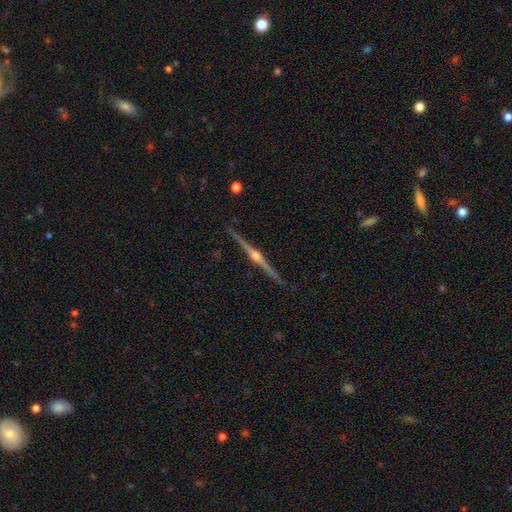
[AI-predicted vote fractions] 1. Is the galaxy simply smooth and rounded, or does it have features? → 89% featured or disk, 6% smooth, 6% star or artifact.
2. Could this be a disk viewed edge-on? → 99% yes, 1% no.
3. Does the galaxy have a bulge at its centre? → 95% rounded, 3% boxy, 2% none.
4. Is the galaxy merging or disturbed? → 92% none, 6% minor disturbance, 1% major disturbance, 1% merger.